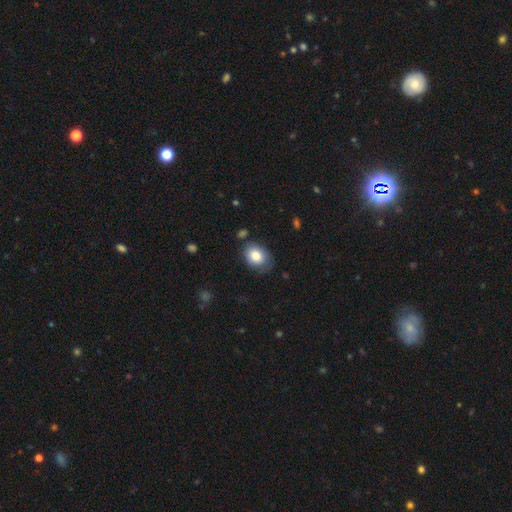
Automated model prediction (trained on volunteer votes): Smooth or featured? smooth (81%)
How rounded? in between (58%)
Merging? none (70%)